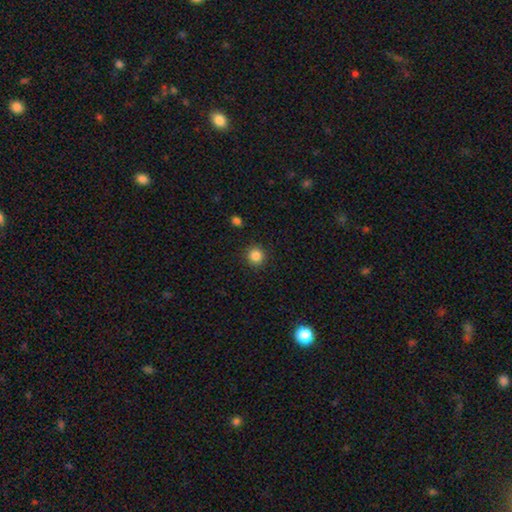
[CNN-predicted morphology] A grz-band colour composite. It shows a smooth galaxy with no disk features (85%) that is round (93%). Merging: none (91%).